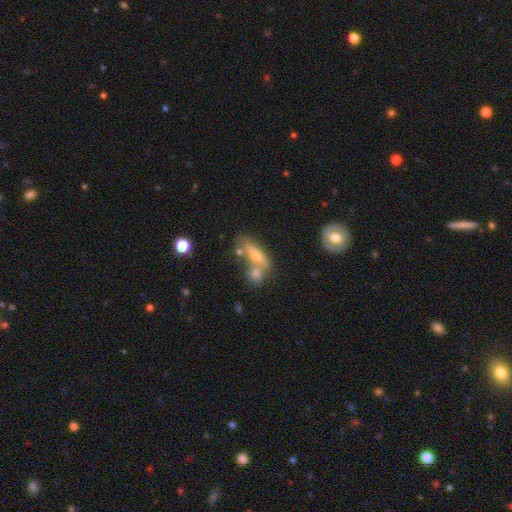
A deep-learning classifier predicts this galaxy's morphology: This is possibly a smooth galaxy (52%). How rounded: possibly in between (48%). Merging: marginally none (44%).